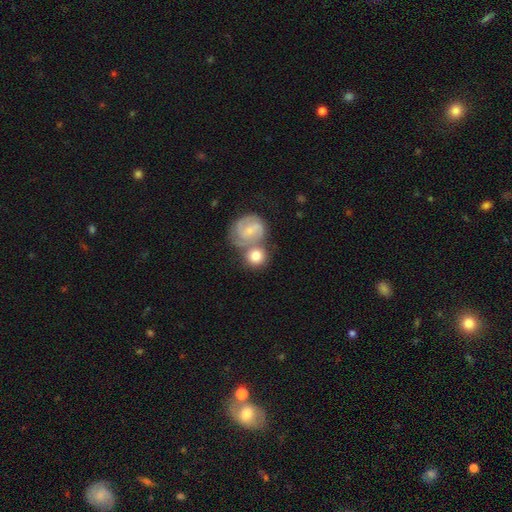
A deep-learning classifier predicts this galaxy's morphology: This appears to be a smooth galaxy with no disk features (58%) that is round (85%). Merging: none (44%).